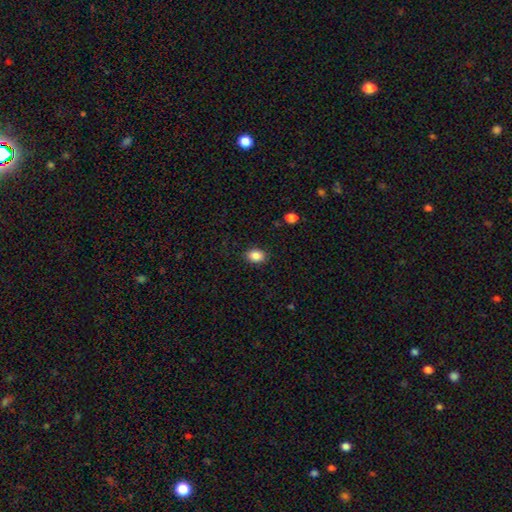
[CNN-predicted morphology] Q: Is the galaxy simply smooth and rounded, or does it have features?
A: smooth — 87%.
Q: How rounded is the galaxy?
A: in between — 65%.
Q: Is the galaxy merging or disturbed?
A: none — 88%.